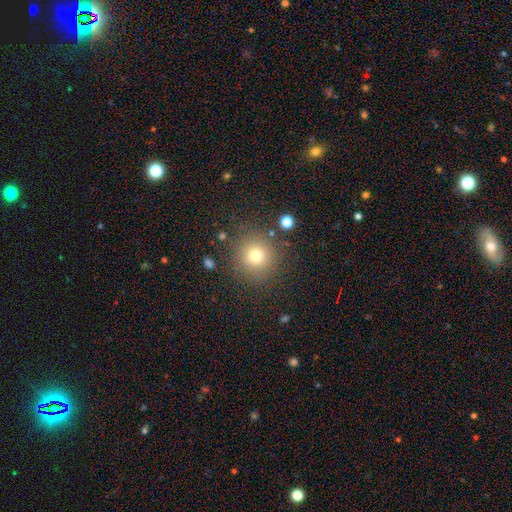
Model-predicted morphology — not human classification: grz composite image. It shows a smooth galaxy with no disk features (74%) that is round (94%). Merging: none (85%).